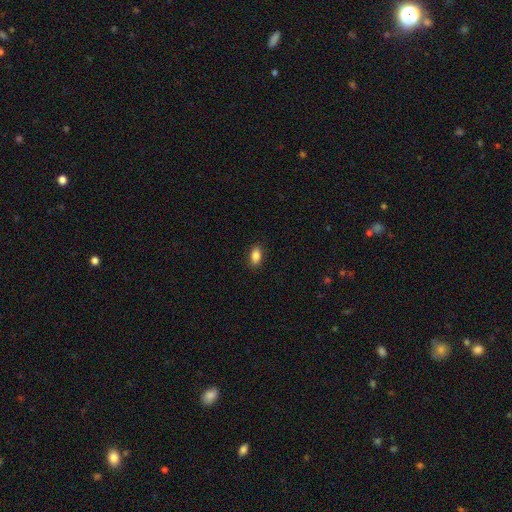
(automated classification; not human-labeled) Morphology: type=smooth (86%); roundness=in between (89%); merging=none (88%).